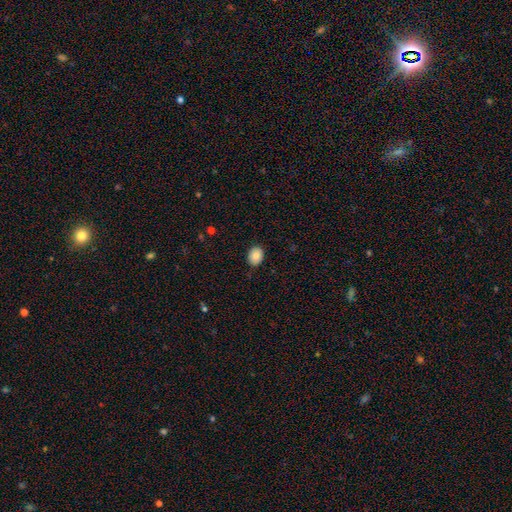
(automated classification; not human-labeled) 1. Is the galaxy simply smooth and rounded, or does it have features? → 86% smooth, 8% star or artifact, 6% featured or disk.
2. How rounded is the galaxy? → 63% in between, 36% round, 1% cigar-shaped.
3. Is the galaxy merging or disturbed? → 87% none, 10% minor disturbance, 2% major disturbance, 1% merger.